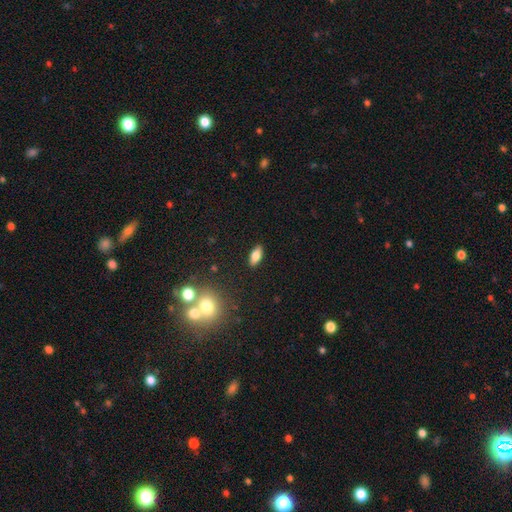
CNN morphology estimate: This appears to be a smooth galaxy with no disk features (75%) that is in between round and cigar-shaped (80%). Merging: none (88%).